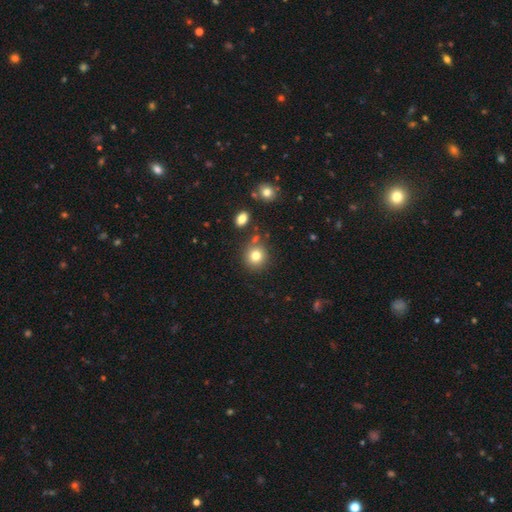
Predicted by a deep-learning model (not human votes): smooth_or_featured: smooth (p=0.80) [alt: star or artifact p=0.12]
how_rounded: round (p=0.89) [alt: in between p=0.10]
merging: none (p=0.79) [alt: minor disturbance p=0.10]